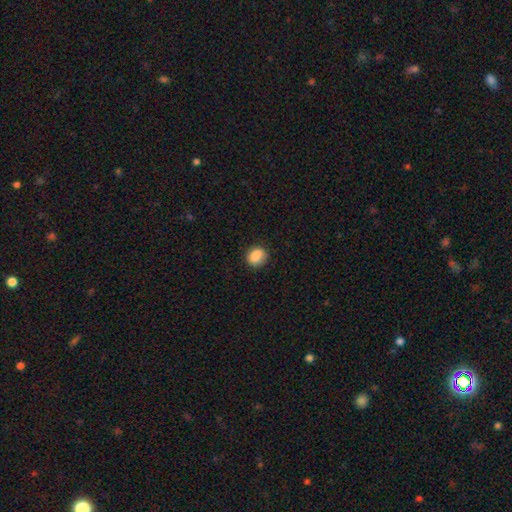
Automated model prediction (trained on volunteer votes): Smooth or featured? smooth (87%)
How rounded? round (65%)
Merging? none (81%)